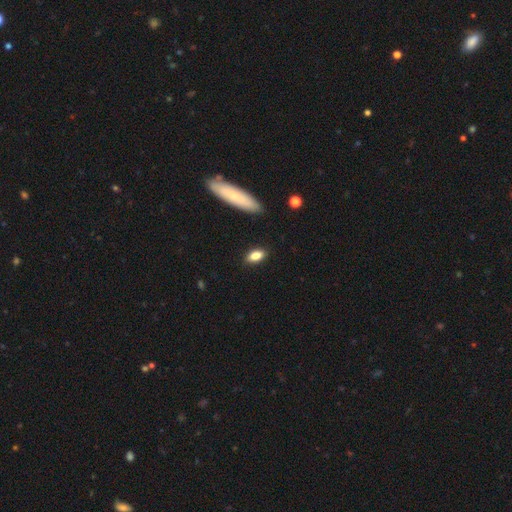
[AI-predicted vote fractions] Morphology: type=smooth (83%); roundness=in between (83%); merging=none (87%).